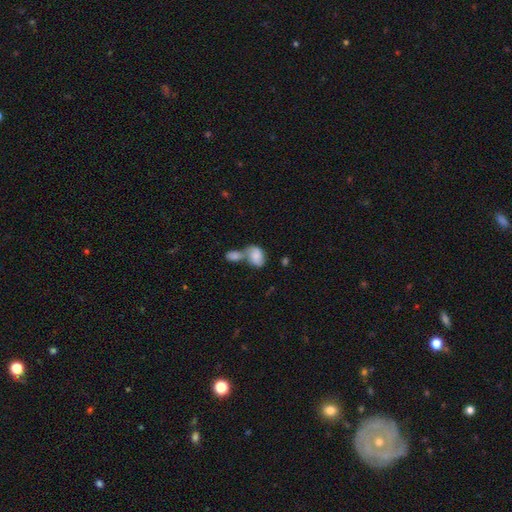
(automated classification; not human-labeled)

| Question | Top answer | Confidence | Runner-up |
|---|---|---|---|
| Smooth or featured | smooth | 75% | featured or disk (18%) |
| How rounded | in between | 82% | round (17%) |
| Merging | merger | 68% | none (18%) |